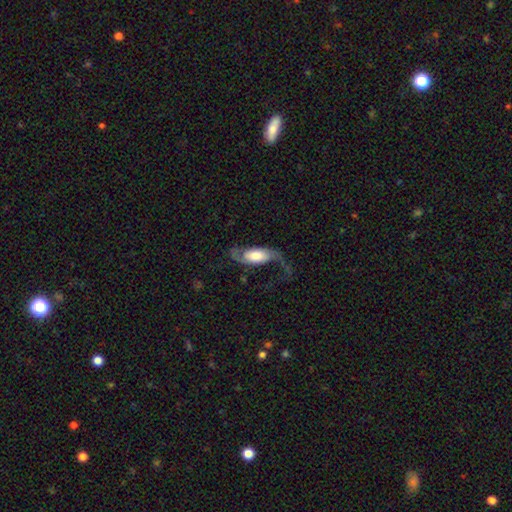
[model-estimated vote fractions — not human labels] Smooth or featured?
  - featured or disk: 75% *
  - smooth: 20%
  - star or artifact: 6%
Edge-on disk?
  - no: 91% *
  - yes: 9%
Bar?
  - no: 56% *
  - weak: 31%
  - strong: 13%
Spiral arms?
  - yes: 93% *
  - no: 7%
Spiral winding?
  - loose: 67% *
  - medium: 24%
  - tight: 9%
Spiral arm count?
  - 2: 81% *
  - 1: 13%
  - can't tell: 3%
  - 3: 1%
  - 4: 1%
  - more than 4: 1%
Bulge size?
  - large: 44% *
  - moderate: 34%
  - dominant: 9%
  - small: 8%
  - none: 5%
Merging?
  - none: 44% *
  - major disturbance: 34%
  - minor disturbance: 19%
  - merger: 3%